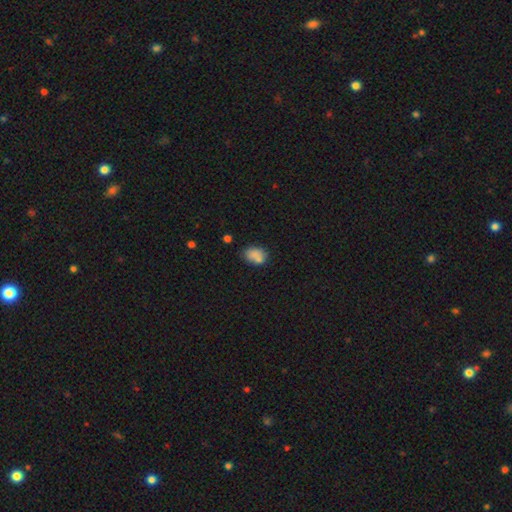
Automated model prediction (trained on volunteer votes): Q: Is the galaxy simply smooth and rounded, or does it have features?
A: smooth — 80%.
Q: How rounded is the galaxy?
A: in between — 74%.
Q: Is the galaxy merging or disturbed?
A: none — 56%.